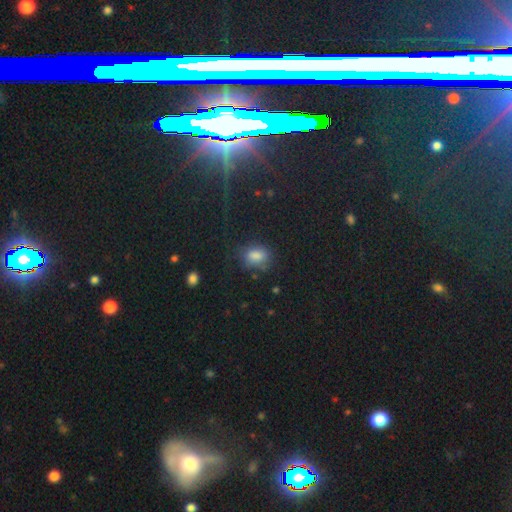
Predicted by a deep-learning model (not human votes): Smooth or featured? Predicted: smooth (p=0.71). How rounded? Predicted: in between (p=0.69). Merging? Predicted: none (p=0.71).